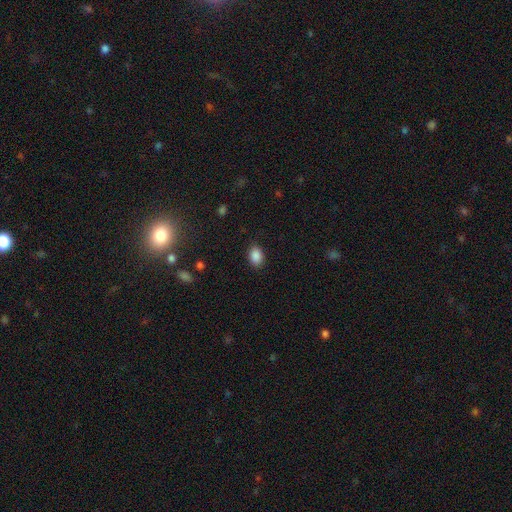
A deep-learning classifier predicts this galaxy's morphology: Smooth or featured? smooth (88%)
How rounded? in between (78%)
Merging? none (86%)